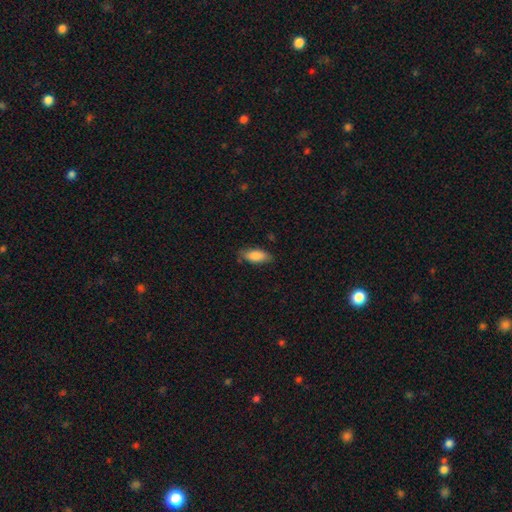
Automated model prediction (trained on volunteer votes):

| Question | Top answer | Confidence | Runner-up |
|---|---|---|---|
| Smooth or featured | smooth | 86% | featured or disk (7%) |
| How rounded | in between | 84% | cigar-shaped (14%) |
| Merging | none | 77% | minor disturbance (18%) |